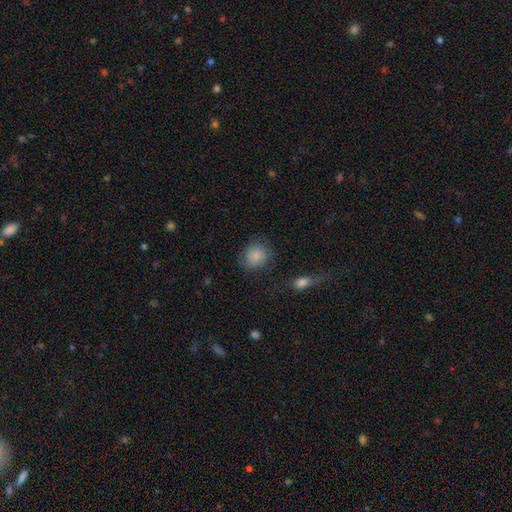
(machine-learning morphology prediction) Overall: smooth (82%). How rounded: round (74%). Merging: none (71%).